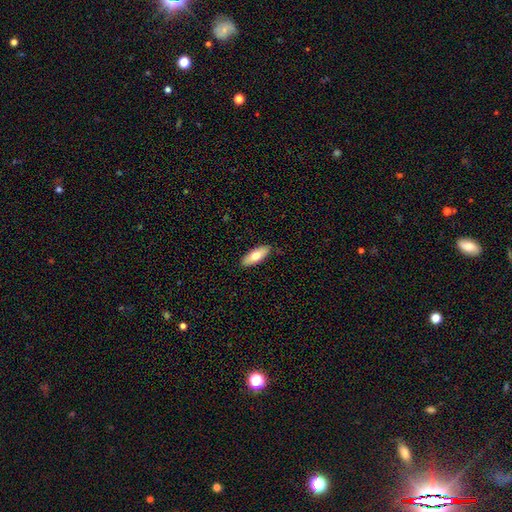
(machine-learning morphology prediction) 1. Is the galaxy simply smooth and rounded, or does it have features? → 72% smooth, 23% featured or disk, 6% star or artifact.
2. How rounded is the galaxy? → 72% in between, 26% cigar-shaped, 2% round.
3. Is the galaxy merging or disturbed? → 88% none, 9% minor disturbance, 2% major disturbance, 1% merger.